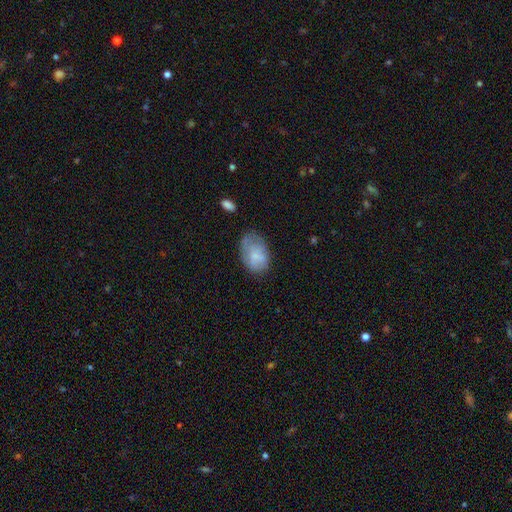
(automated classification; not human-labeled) Smooth or featured?
  - smooth: 71% *
  - featured or disk: 21%
  - star or artifact: 8%
How rounded?
  - in between: 85% *
  - round: 14%
  - cigar-shaped: 1%
Merging?
  - none: 50% *
  - minor disturbance: 33%
  - major disturbance: 15%
  - merger: 3%